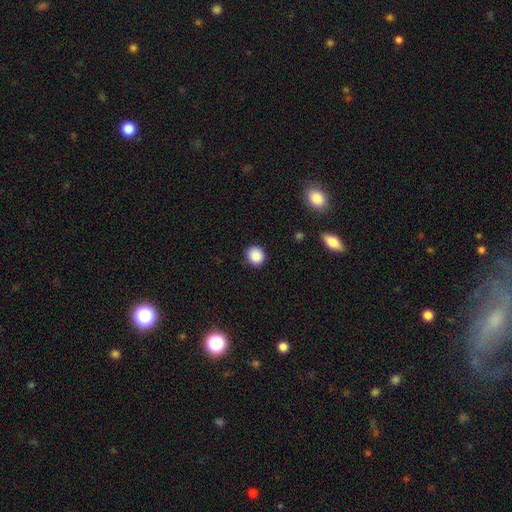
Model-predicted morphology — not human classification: This appears to be a smooth galaxy with no disk features (88%) that is round (81%). Merging: none (89%).